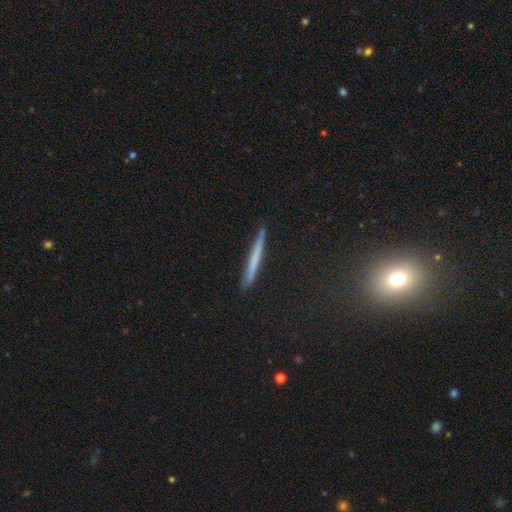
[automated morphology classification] Smooth or featured? smooth (55%)
How rounded? cigar-shaped (97%)
Merging? none (89%)